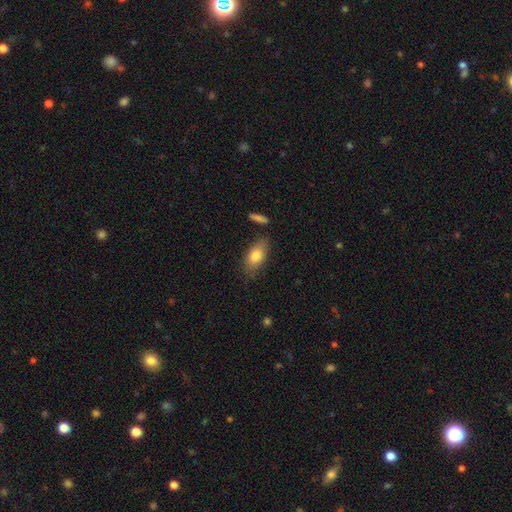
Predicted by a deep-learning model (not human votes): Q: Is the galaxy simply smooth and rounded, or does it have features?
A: smooth — 80%.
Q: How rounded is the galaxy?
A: in between — 88%.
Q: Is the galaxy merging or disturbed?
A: none — 75%.